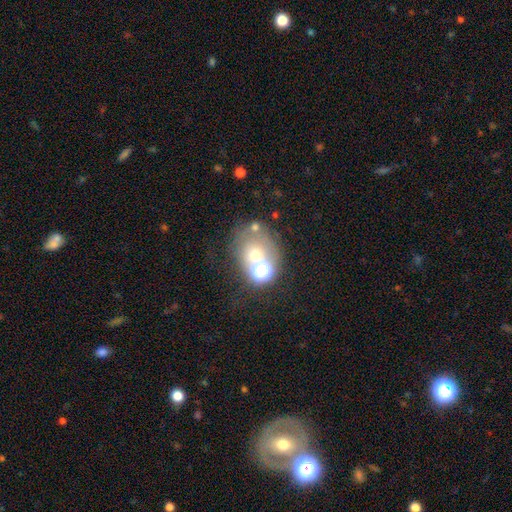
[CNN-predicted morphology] smooth-or-featured: smooth: 49% | featured or disk: 26% | star or artifact: 25%
  merging: none: 43% | merger: 29% | minor disturbance: 14% | major disturbance: 14%